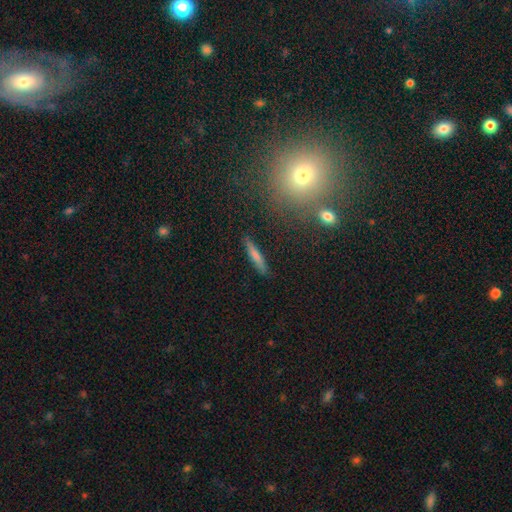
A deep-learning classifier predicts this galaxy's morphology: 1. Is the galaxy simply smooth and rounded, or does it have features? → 68% smooth, 24% featured or disk, 7% star or artifact.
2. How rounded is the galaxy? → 90% cigar-shaped, 8% in between, 2% round.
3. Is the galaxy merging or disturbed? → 87% none, 9% minor disturbance, 2% major disturbance, 2% merger.